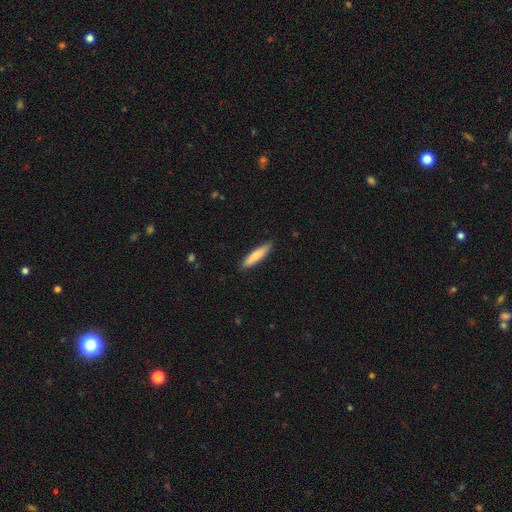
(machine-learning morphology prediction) Q: Smooth or featured?
A: smooth (79%); runner-up: featured or disk (16%)
Q: How rounded?
A: cigar-shaped (82%); runner-up: in between (17%)
Q: Merging?
A: none (85%); runner-up: minor disturbance (12%)